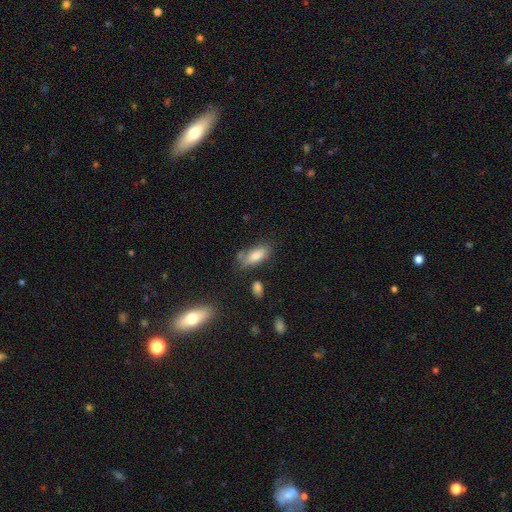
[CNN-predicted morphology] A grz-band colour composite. It shows a smooth galaxy with no disk features (79%) that is in between round and cigar-shaped (77%). Merging: none (65%).